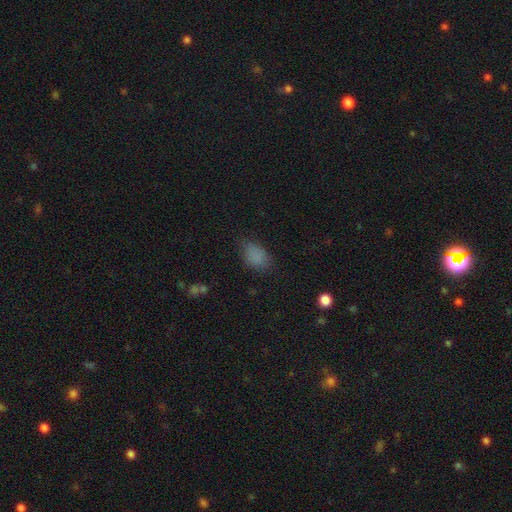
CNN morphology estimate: This is clearly a smooth galaxy (82%). How rounded: clearly in between (87%). Merging: likely none (67%).